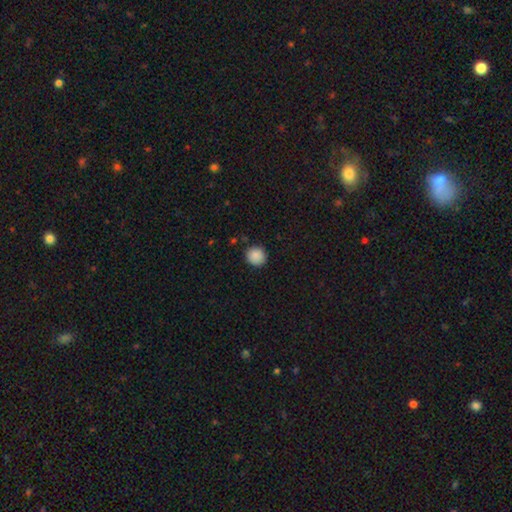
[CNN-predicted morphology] Smooth or featured?
  - smooth: 88% *
  - star or artifact: 9%
  - featured or disk: 3%
How rounded?
  - round: 92% *
  - in between: 7%
  - cigar-shaped: 1%
Merging?
  - none: 90% *
  - minor disturbance: 7%
  - major disturbance: 2%
  - merger: 1%